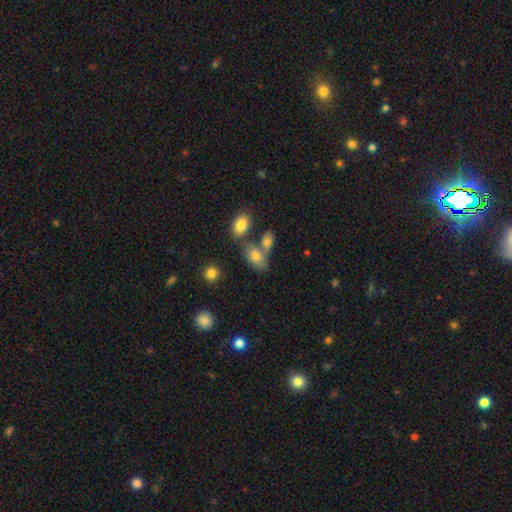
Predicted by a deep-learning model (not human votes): Smooth or featured? smooth (67%)
How rounded? in between (80%)
Merging? none (53%)